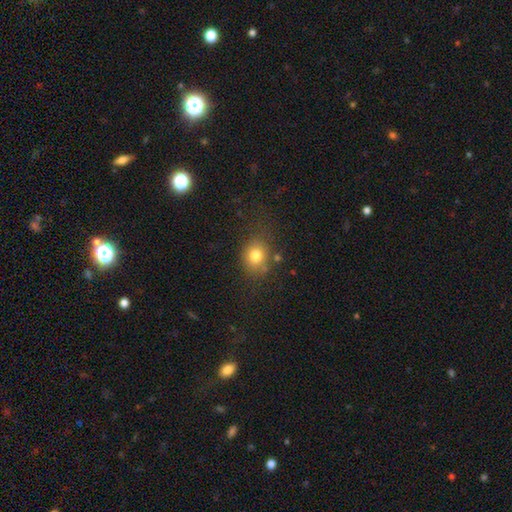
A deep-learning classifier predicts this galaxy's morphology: This appears to be a smooth galaxy with no disk features (78%) that is round (58%). Merging: none (71%).